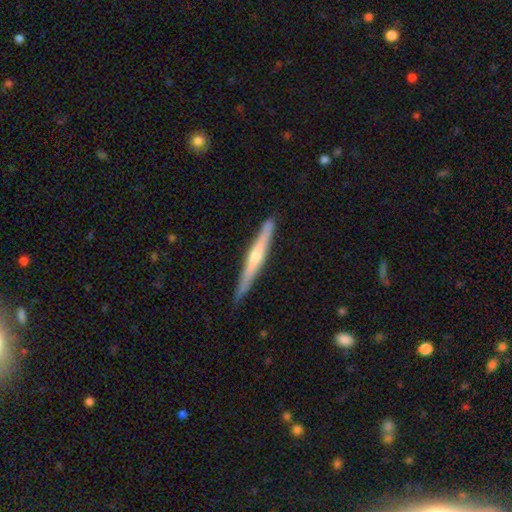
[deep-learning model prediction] Smooth or featured: featured or disk — 70% (smooth — 24%)
Edge-on disk: yes — 98% (no — 2%)
Edge-on bulge: rounded — 76% (none — 17%)
Merging: none — 89% (minor disturbance — 9%)